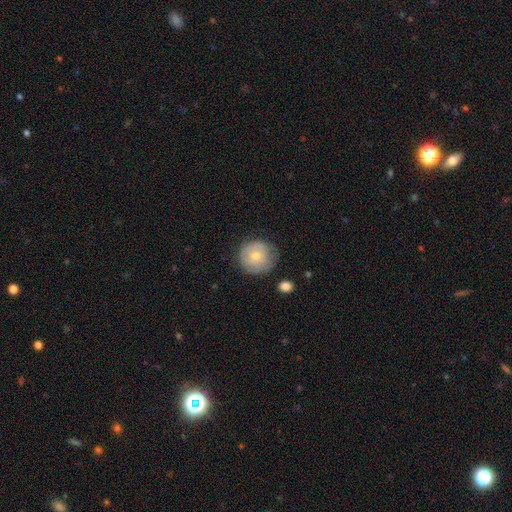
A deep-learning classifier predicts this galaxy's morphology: The model was most divided on "smooth or featured": smooth: 65%, featured or disk: 28%, star or artifact: 7%. More confident: how rounded — round (93%); merging — none (73%).